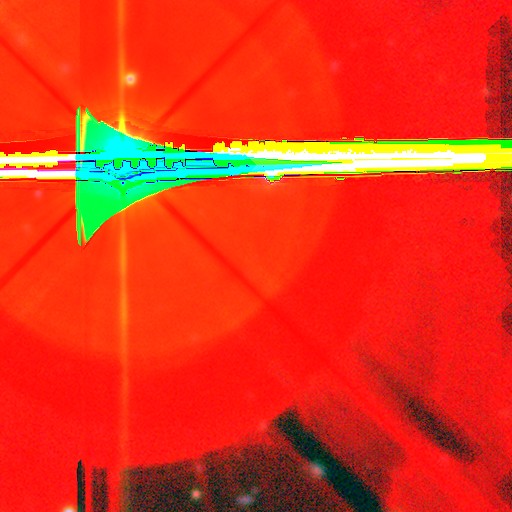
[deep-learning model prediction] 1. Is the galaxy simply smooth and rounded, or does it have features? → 90% star or artifact, 6% featured or disk, 4% smooth.